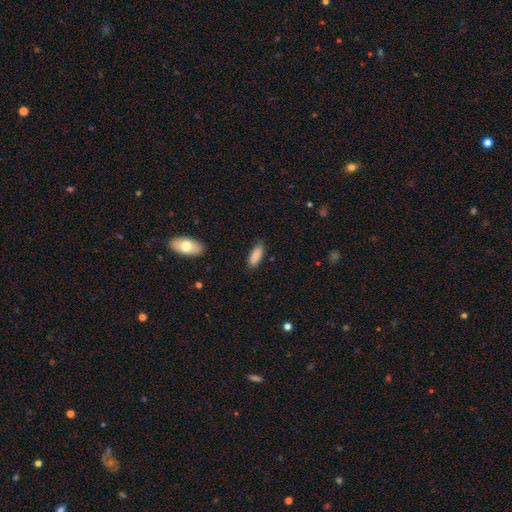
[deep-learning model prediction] This is clearly a smooth galaxy (88%). How rounded: likely in between (77%). Merging: clearly none (81%).